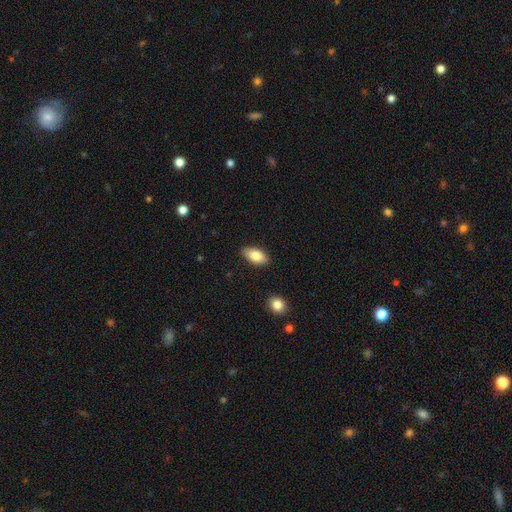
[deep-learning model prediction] This appears to be a smooth galaxy with no disk features (82%) that is in between round and cigar-shaped (92%). Merging: none (86%).